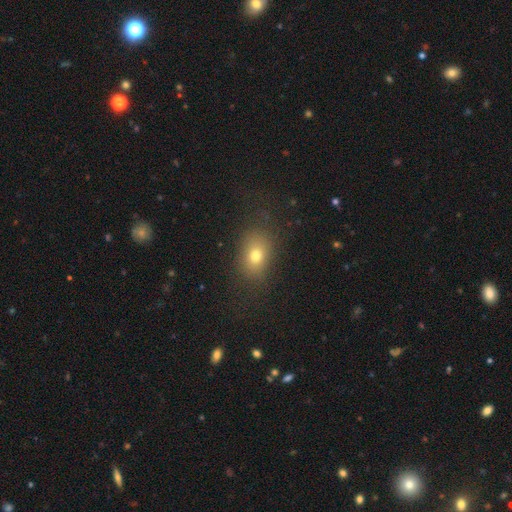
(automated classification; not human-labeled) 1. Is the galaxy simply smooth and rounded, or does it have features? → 75% smooth, 13% star or artifact, 12% featured or disk.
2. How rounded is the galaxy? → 70% in between, 29% round, 2% cigar-shaped.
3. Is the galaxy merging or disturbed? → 77% none, 14% minor disturbance, 7% major disturbance, 1% merger.